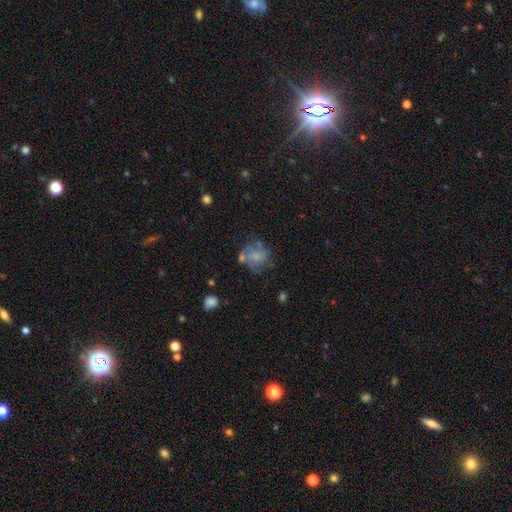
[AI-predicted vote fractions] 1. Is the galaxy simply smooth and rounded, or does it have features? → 48% featured or disk, 42% smooth, 10% star or artifact.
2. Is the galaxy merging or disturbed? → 49% none, 23% minor disturbance, 18% major disturbance, 10% merger.